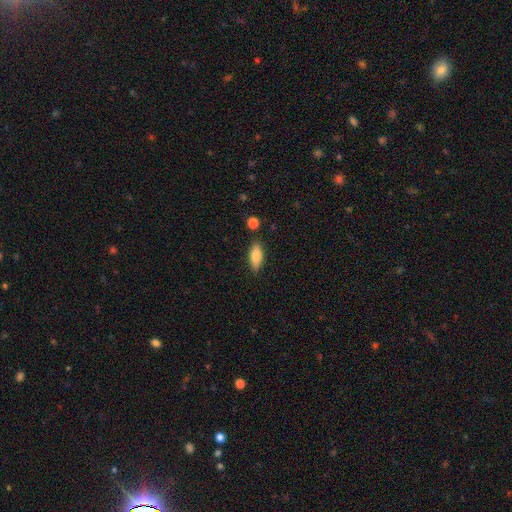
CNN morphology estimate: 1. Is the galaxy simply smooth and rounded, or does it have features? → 81% smooth, 13% featured or disk, 7% star or artifact.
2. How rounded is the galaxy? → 77% in between, 21% cigar-shaped, 3% round.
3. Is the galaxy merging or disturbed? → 85% none, 10% minor disturbance, 3% merger, 2% major disturbance.